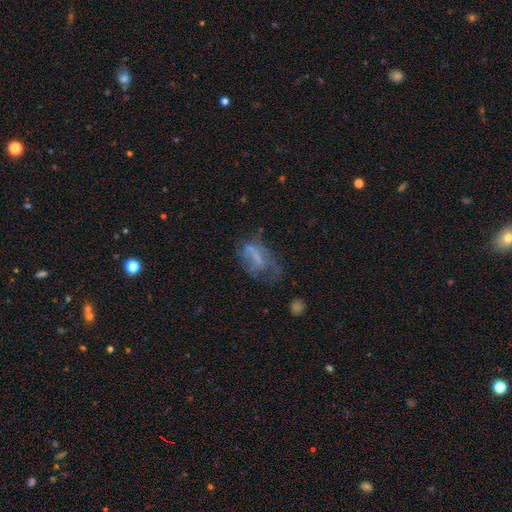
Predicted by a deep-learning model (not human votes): smooth_or_featured: featured or disk (p=0.44) [alt: smooth p=0.41]
merging: major disturbance (p=0.38) [alt: none p=0.33]